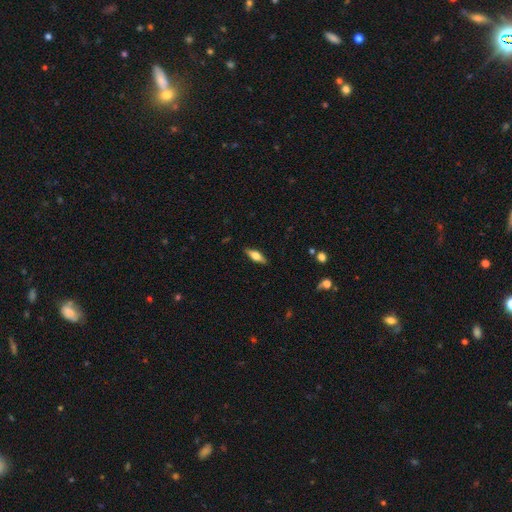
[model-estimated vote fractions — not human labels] Q: Smooth or featured?
A: smooth (55%); runner-up: featured or disk (39%)
Q: How rounded?
A: in between (55%); runner-up: cigar-shaped (42%)
Q: Merging?
A: none (88%); runner-up: minor disturbance (9%)